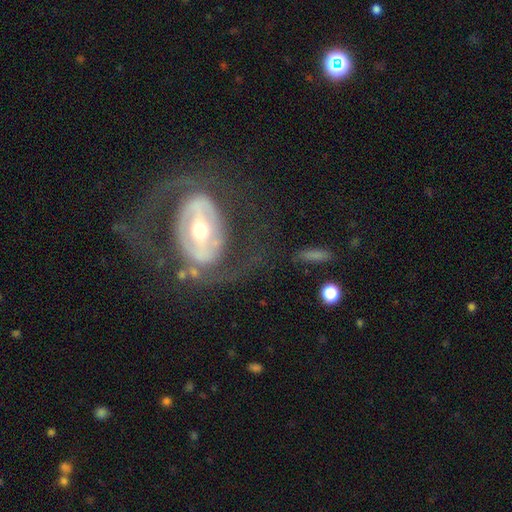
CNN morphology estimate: Smooth or featured?
  - featured or disk: 81% *
  - smooth: 13%
  - star or artifact: 6%
Edge-on disk?
  - no: 94% *
  - yes: 6%
Bar?
  - strong: 44% *
  - weak: 30%
  - no: 26%
Spiral arms?
  - yes: 64% *
  - no: 36%
Bulge size?
  - moderate: 61% *
  - small: 30%
  - large: 7%
  - dominant: 1%
  - none: 1%
Merging?
  - none: 62% *
  - major disturbance: 23%
  - minor disturbance: 13%
  - merger: 3%